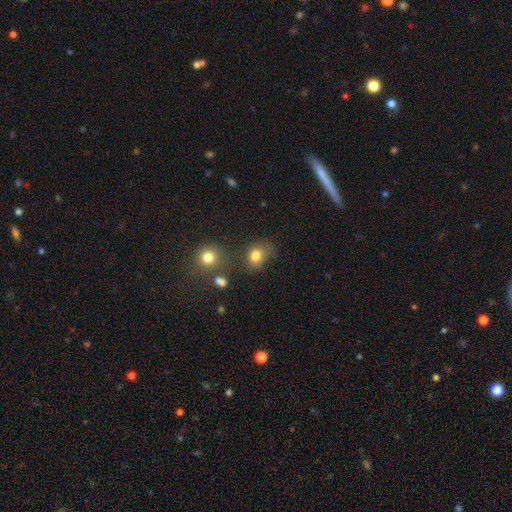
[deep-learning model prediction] This is clearly a smooth galaxy (80%). How rounded: possibly round (50%). Merging: likely none (62%).